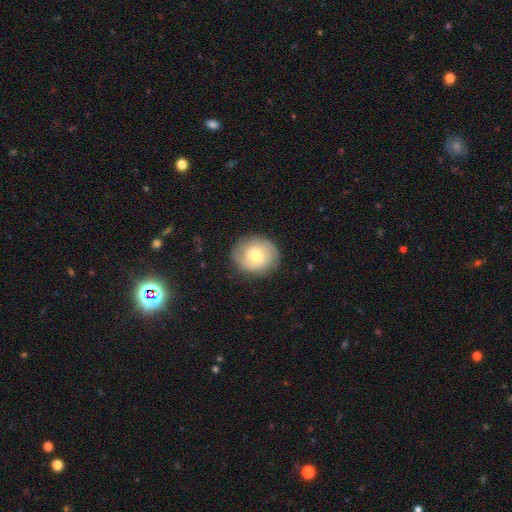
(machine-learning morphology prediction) Smooth or featured?
  - featured or disk: 48% *
  - smooth: 44%
  - star or artifact: 7%
Merging?
  - none: 83% *
  - minor disturbance: 12%
  - major disturbance: 4%
  - merger: 1%